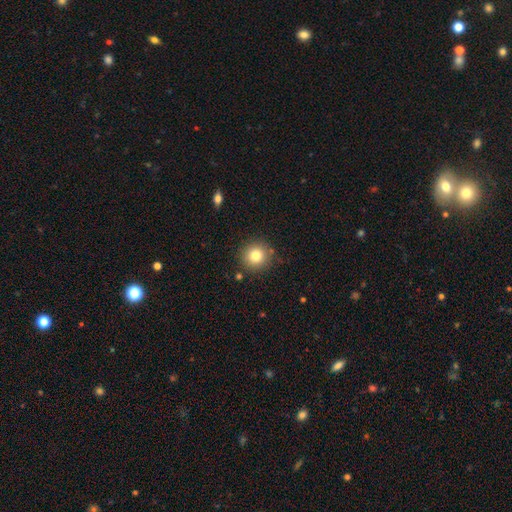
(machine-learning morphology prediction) Q: Smooth or featured?
A: smooth (80%); runner-up: star or artifact (11%)
Q: How rounded?
A: round (93%); runner-up: in between (6%)
Q: Merging?
A: none (87%); runner-up: minor disturbance (8%)